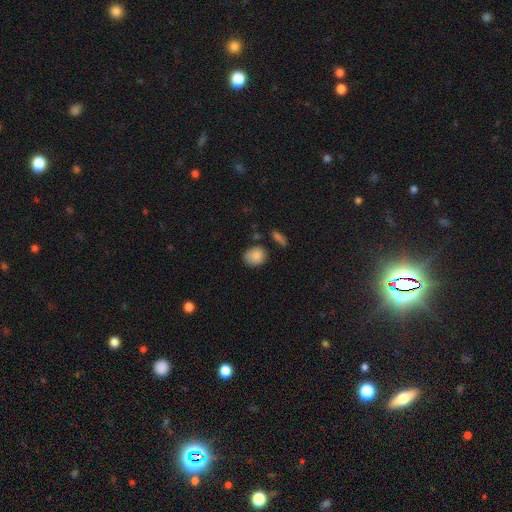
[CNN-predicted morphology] Smooth or featured: smooth — 86% (star or artifact — 8%)
How rounded: round — 62% (in between — 36%)
Merging: none — 75% (minor disturbance — 16%)